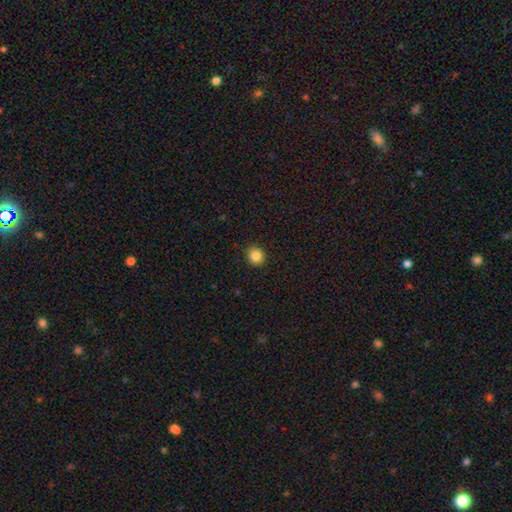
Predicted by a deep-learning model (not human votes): smooth 85%, star or artifact 11%, featured or disk 5%. Down the decision tree: how rounded — round (88%); merging — none (92%).